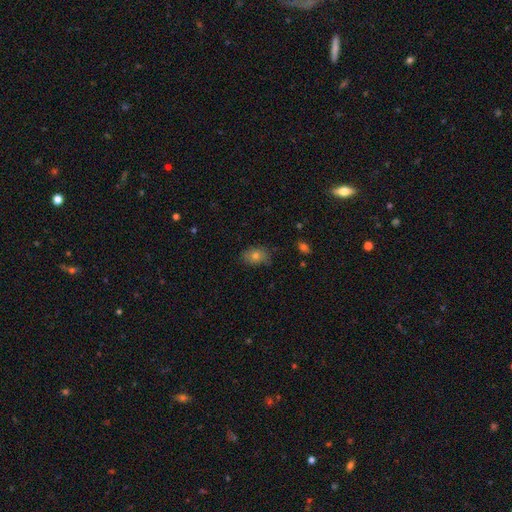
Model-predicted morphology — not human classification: Smooth or featured? Predicted: smooth (p=0.72). How rounded? Predicted: in between (p=0.69). Merging? Predicted: none (p=0.76).